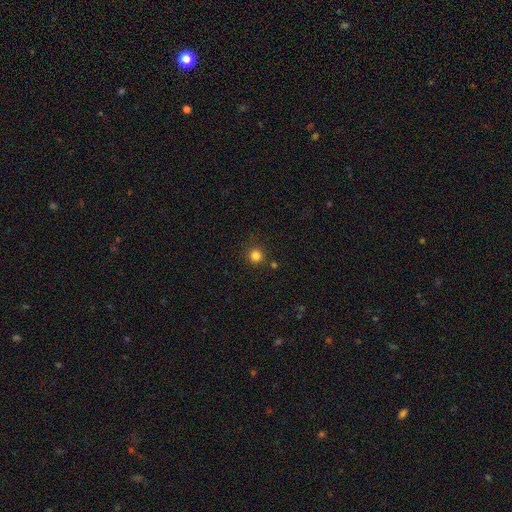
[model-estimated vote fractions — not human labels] smooth 82%, star or artifact 13%, featured or disk 4%. Down the decision tree: how rounded — round (95%); merging — none (85%).